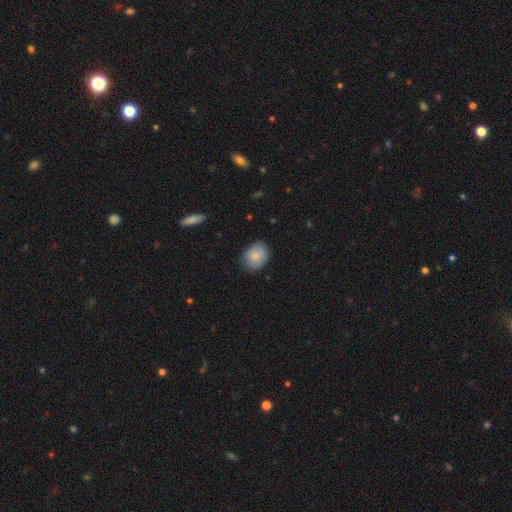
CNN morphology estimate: Overall: smooth (83%). How rounded: in between (54%; round 45%). Merging: none (78%).